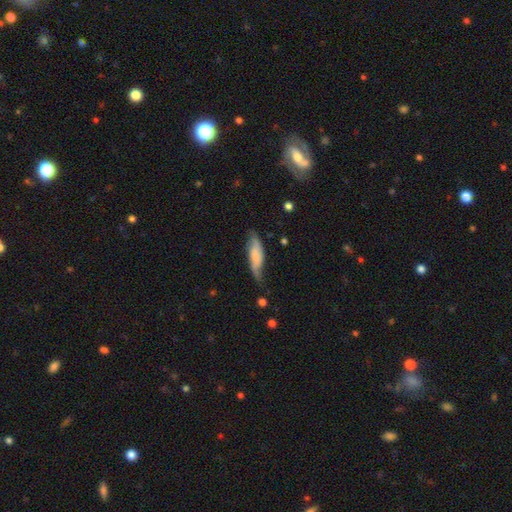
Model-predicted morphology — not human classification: Smooth or featured?
  - smooth: 52% *
  - featured or disk: 41%
  - star or artifact: 7%
How rounded?
  - cigar-shaped: 51% *
  - in between: 47%
  - round: 2%
Merging?
  - none: 54% *
  - minor disturbance: 33%
  - major disturbance: 10%
  - merger: 3%